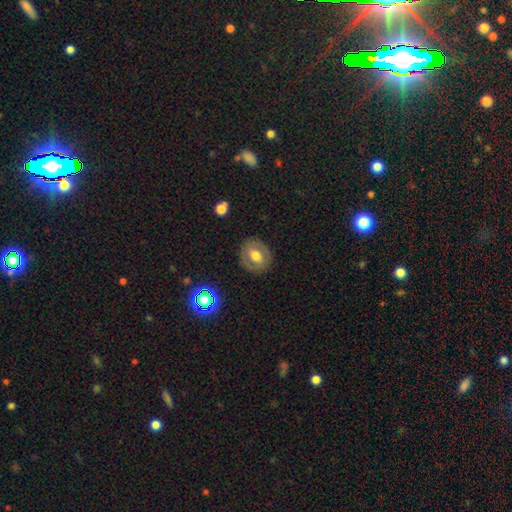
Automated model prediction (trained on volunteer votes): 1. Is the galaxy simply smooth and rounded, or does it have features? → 54% smooth, 37% featured or disk, 9% star or artifact.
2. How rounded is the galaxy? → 65% round, 33% in between, 1% cigar-shaped.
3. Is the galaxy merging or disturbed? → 85% none, 10% minor disturbance, 4% major disturbance, 1% merger.